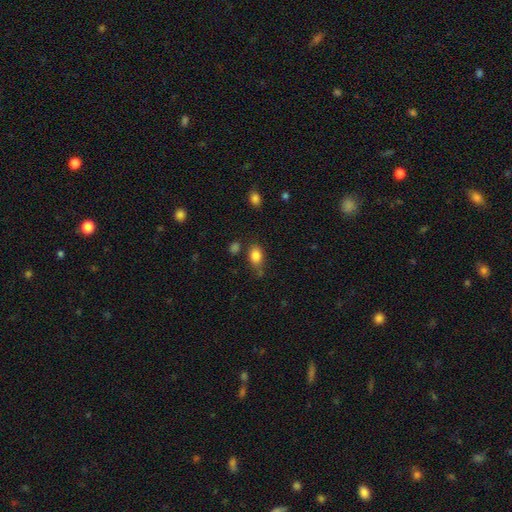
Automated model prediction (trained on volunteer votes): smooth 84%, star or artifact 9%, featured or disk 6%. Down the decision tree: how rounded — in between (82%); merging — none (66%).